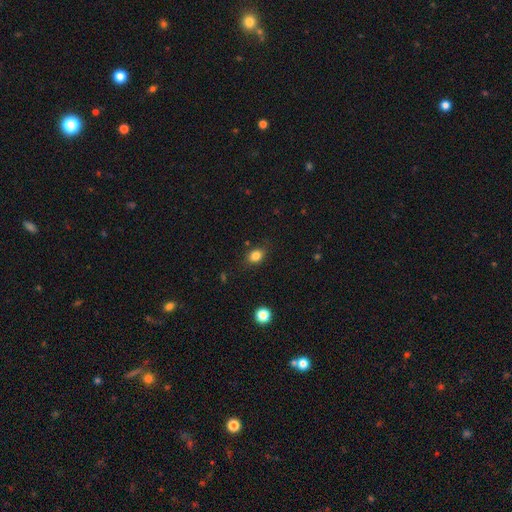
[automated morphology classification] Smooth or featured? smooth (83%)
How rounded? in between (61%)
Merging? none (80%)